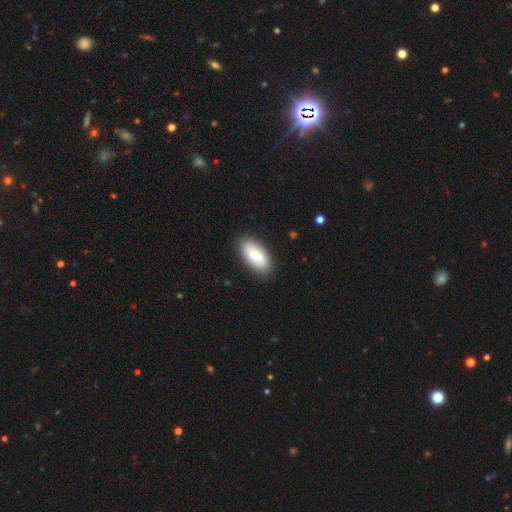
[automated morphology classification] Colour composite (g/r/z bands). It shows a smooth galaxy with no disk features (82%) that is in between round and cigar-shaped (90%). Merging: none (86%).